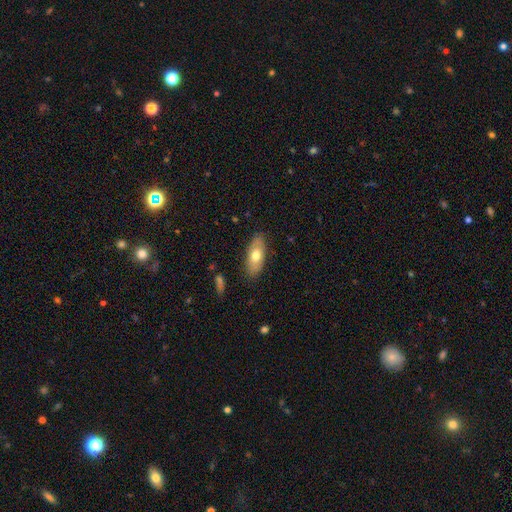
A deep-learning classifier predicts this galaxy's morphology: Smooth or featured? smooth (64%)
How rounded? in between (86%)
Merging? none (83%)